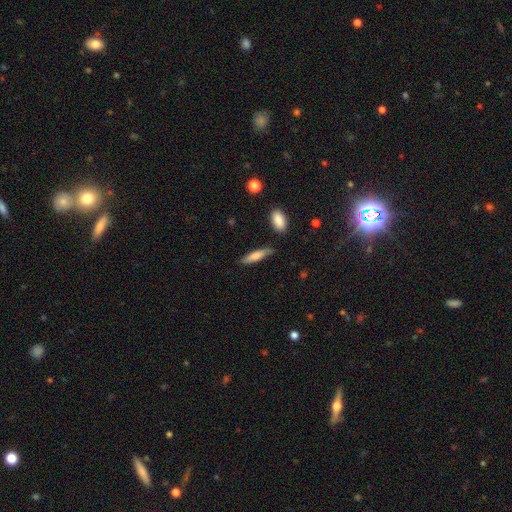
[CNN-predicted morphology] Smooth or featured? smooth (73%)
How rounded? cigar-shaped (74%)
Merging? none (76%)